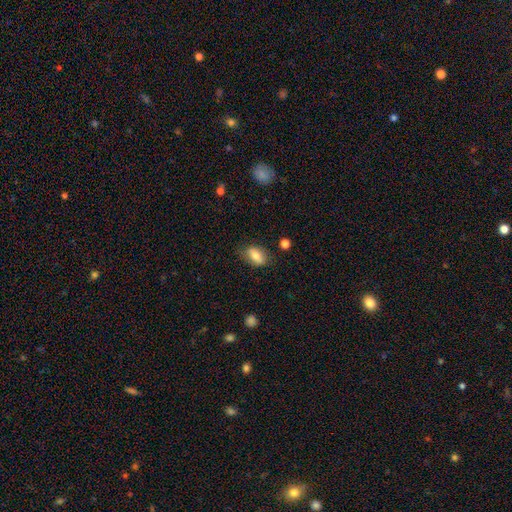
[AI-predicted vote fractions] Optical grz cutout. It shows a smooth galaxy with no disk features (72%) that is in between round and cigar-shaped (86%). Merging: none (74%).